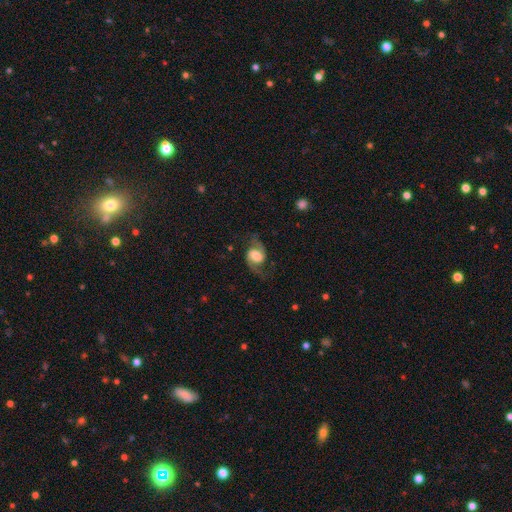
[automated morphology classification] Q: Smooth or featured?
A: featured or disk (74%); runner-up: smooth (19%)
Q: Edge-on disk?
A: no (97%); runner-up: yes (3%)
Q: Bar?
A: no (43%); runner-up: weak (42%)
Q: Spiral arms?
A: yes (93%); runner-up: no (7%)
Q: Spiral winding?
A: loose (55%); runner-up: medium (37%)
Q: Spiral arm count?
A: 2 (91%); runner-up: 1 (3%)
Q: Bulge size?
A: moderate (43%); runner-up: large (34%)
Q: Merging?
A: none (69%); runner-up: minor disturbance (17%)